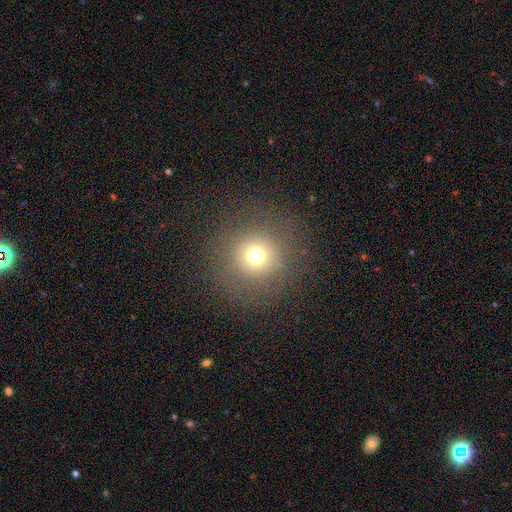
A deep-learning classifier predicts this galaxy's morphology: A smooth galaxy with no disk features (70%) that is round (94%).

Vote fractions:
- Smooth or featured? smooth: 70% / star or artifact: 19% / featured or disk: 11%
- How rounded? round: 94% / in between: 5% / cigar-shaped: 1%
- Merging? none: 86% / minor disturbance: 7% / major disturbance: 6% / merger: 1%